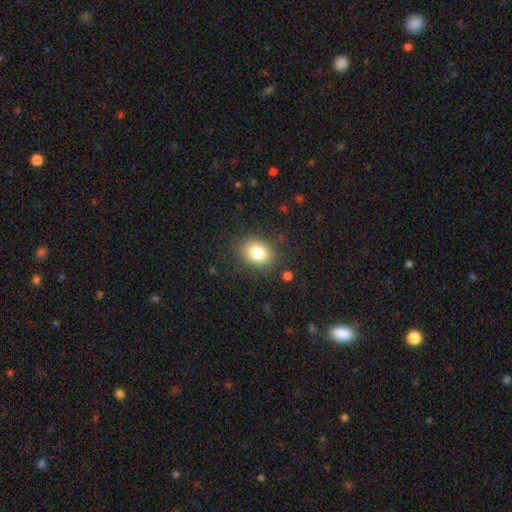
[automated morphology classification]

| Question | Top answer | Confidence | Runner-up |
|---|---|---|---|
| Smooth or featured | smooth | 81% | star or artifact (11%) |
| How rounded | in between | 56% | round (43%) |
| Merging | none | 88% | minor disturbance (8%) |